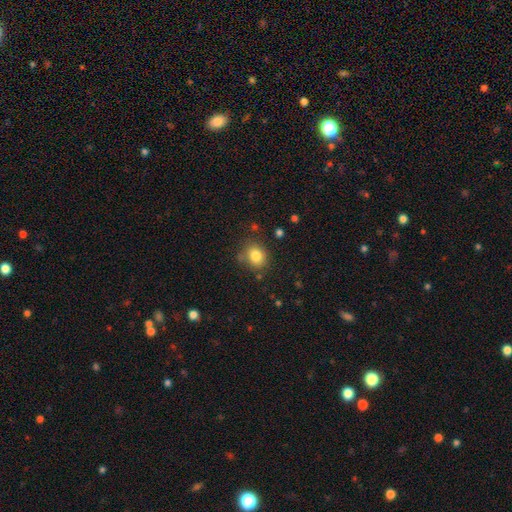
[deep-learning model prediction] Smooth or featured? Predicted: smooth (p=0.82). How rounded? Predicted: round (p=0.64). Merging? Predicted: none (p=0.77).